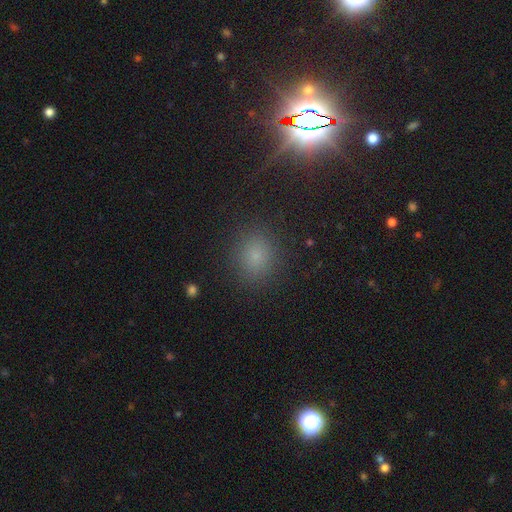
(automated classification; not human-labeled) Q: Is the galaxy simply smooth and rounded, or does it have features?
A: smooth — 68%.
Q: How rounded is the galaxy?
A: round — 71%.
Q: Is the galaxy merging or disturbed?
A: none — 87%.